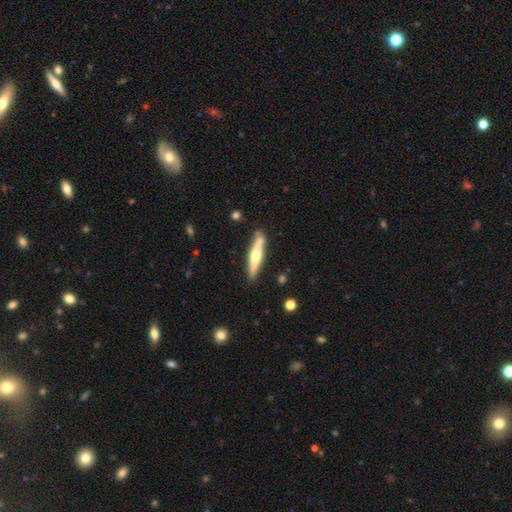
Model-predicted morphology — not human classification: featured or disk 53%, smooth 42%, star or artifact 5%. Down the decision tree: edge-on disk — yes (94%); edge-on bulge — rounded (83%); merging — none (81%).